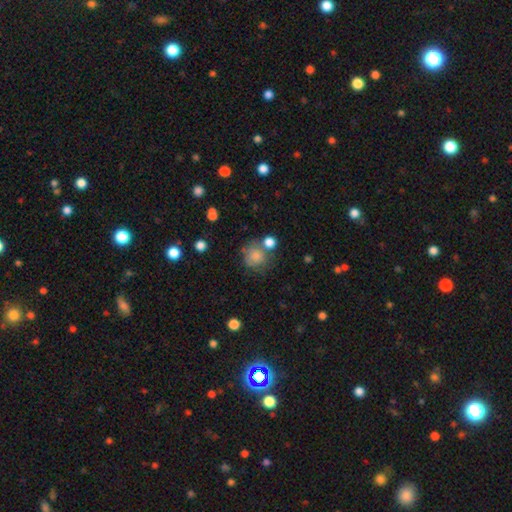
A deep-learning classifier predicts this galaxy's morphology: smooth 78%, featured or disk 12%, star or artifact 10%. Down the decision tree: how rounded — round (85%); merging — none (55%).